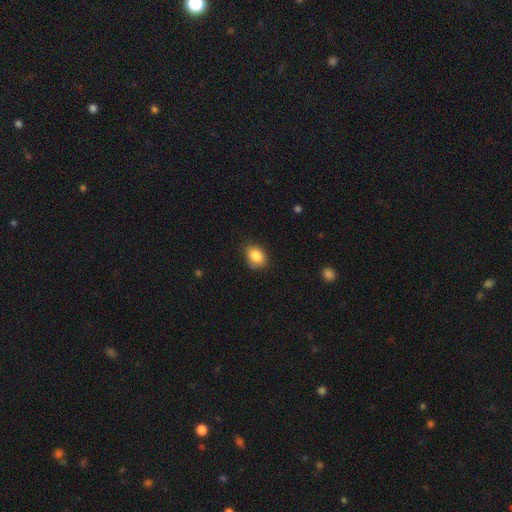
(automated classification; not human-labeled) The model was most divided on "how rounded": in between: 66%, round: 33%, cigar-shaped: 1%. More confident: smooth or featured — smooth (86%); merging — none (78%).